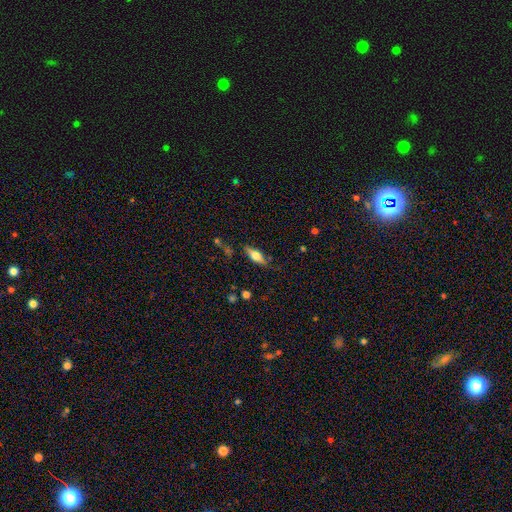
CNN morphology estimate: The model was most divided on "smooth or featured": smooth: 51%, featured or disk: 42%, star or artifact: 7%. More confident: merging — none (74%); how rounded — in between (63%).